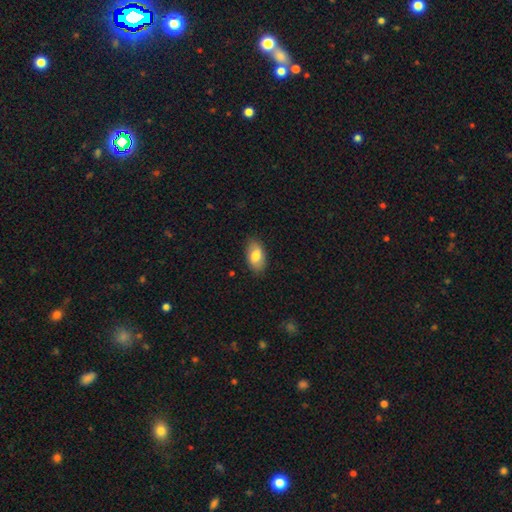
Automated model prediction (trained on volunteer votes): Smooth or featured? smooth (79%)
How rounded? in between (93%)
Merging? none (85%)